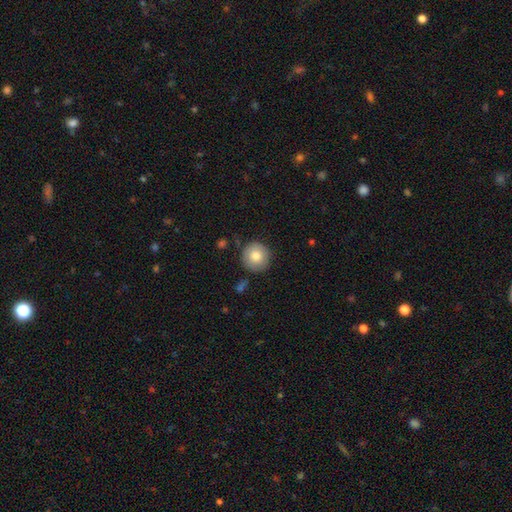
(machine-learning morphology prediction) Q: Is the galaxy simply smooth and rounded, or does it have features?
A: smooth — 79%.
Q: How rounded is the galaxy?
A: round — 95%.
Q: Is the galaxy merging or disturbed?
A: none — 86%.